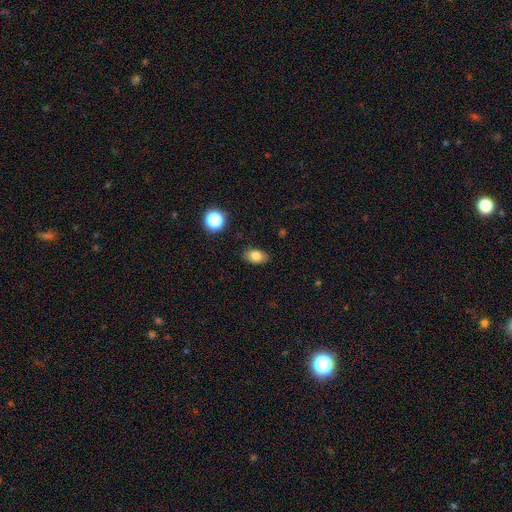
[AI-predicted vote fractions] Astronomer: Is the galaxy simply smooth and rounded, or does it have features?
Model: smooth — 81%.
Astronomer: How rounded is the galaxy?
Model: in between — 84%.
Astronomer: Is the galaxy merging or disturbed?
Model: none — 85%.